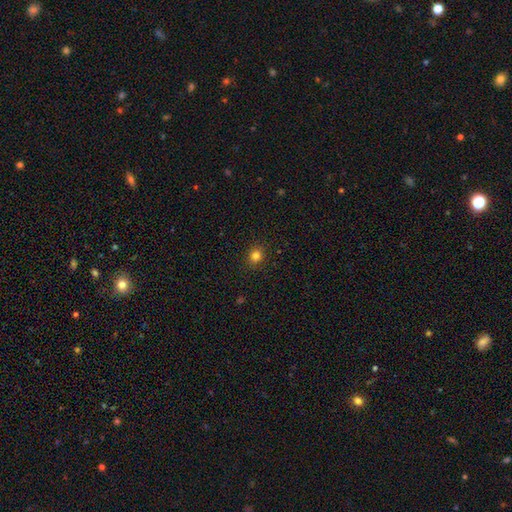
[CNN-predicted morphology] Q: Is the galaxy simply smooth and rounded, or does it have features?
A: smooth — 82%.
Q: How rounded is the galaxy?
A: round — 80%.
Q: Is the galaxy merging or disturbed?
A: none — 90%.